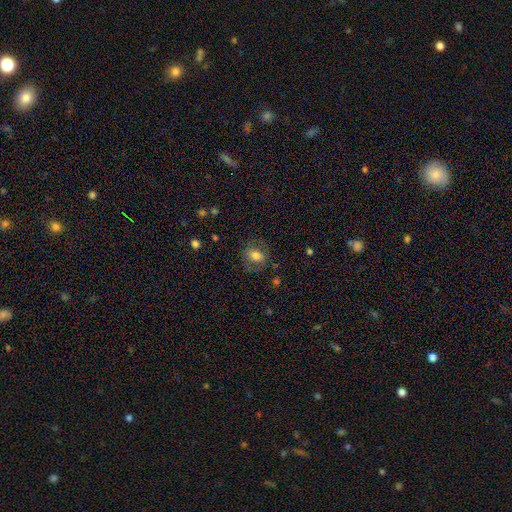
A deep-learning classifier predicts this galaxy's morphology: Overall: smooth (67%). How rounded: in between (57%; round 41%). Merging: none (72%).